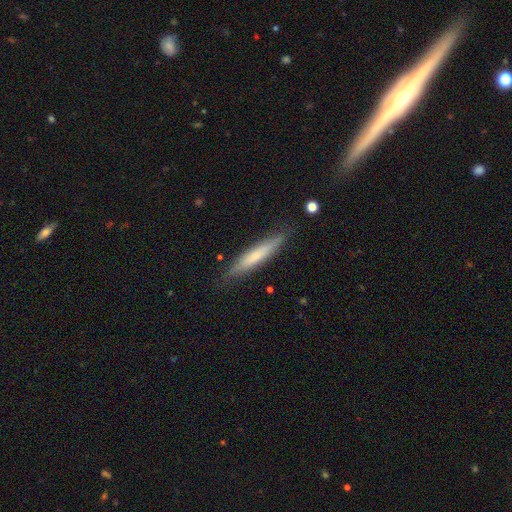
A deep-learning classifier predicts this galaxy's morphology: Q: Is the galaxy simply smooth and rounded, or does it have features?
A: smooth — 62%.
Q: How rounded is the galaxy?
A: cigar-shaped — 91%.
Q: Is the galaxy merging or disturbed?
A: none — 83%.